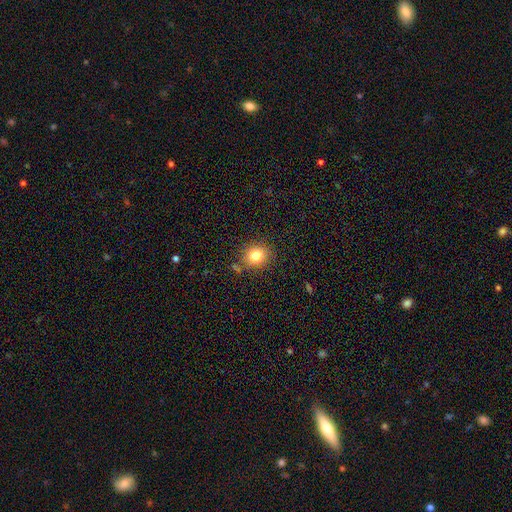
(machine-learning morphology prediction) Overall: smooth (81%). How rounded: round (73%). Merging: none (81%).